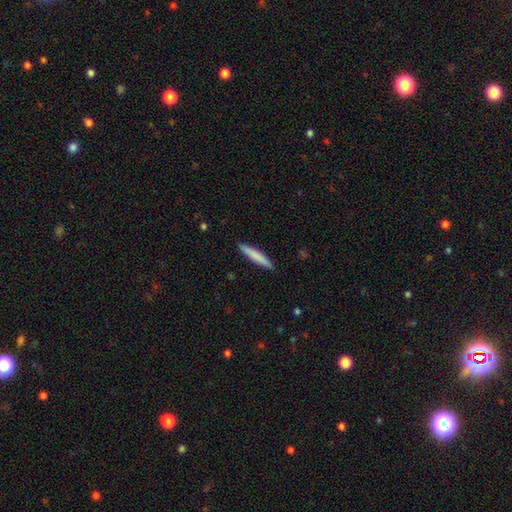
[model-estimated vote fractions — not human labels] This is likely a smooth galaxy (79%). How rounded: clearly cigar-shaped (93%). Merging: clearly none (91%).